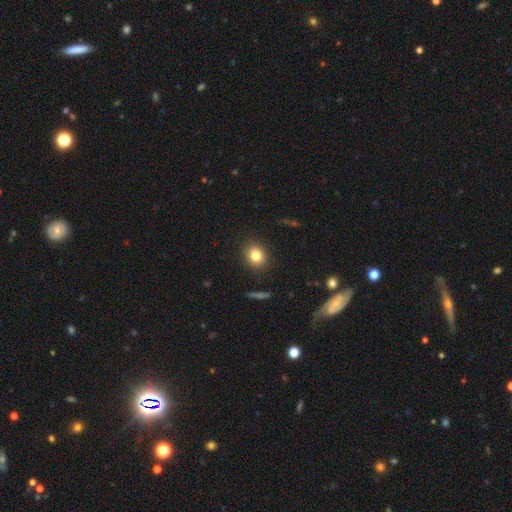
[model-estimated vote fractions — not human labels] Smooth or featured? smooth (81%)
How rounded? round (64%)
Merging? none (89%)